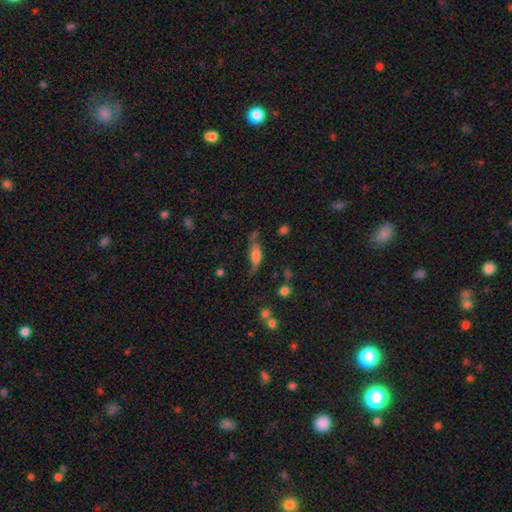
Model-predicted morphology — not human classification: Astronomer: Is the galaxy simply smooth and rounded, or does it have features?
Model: smooth — 52% (runner-up: featured or disk, 38%).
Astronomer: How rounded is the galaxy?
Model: in between — 67%.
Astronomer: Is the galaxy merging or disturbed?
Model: none — 46% (runner-up: minor disturbance, 29%).